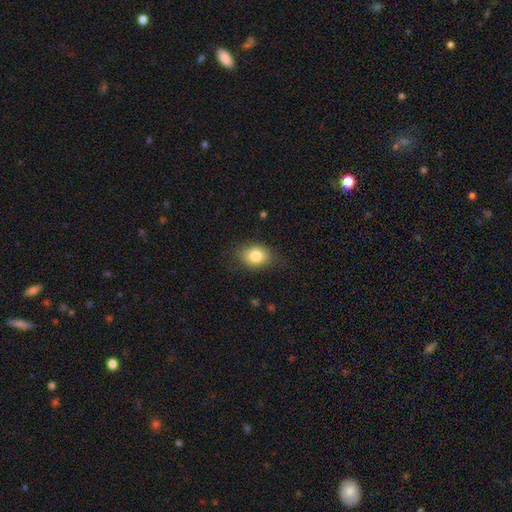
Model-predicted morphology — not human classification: This appears to be a smooth galaxy with no disk features (82%) that is in between round and cigar-shaped (62%). Merging: none (82%).